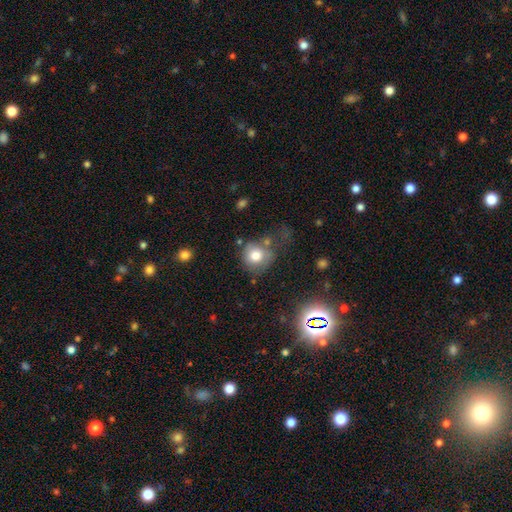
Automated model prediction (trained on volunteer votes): smooth 76%, featured or disk 14%, star or artifact 10%. Down the decision tree: how rounded — round (82%); merging — none (49%).